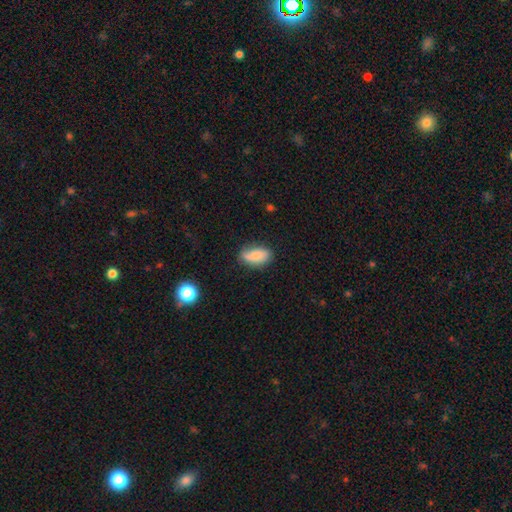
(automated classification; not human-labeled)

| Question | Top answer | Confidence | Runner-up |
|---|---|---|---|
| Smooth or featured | smooth | 79% | featured or disk (13%) |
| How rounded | in between | 89% | cigar-shaped (6%) |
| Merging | none | 72% | minor disturbance (22%) |